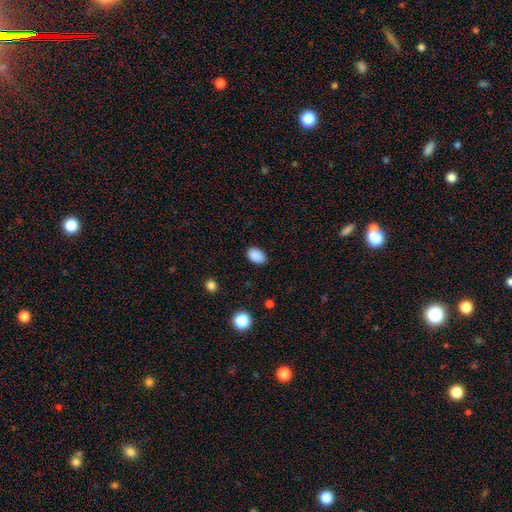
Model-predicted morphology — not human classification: This appears to be a smooth galaxy with no disk features (88%) that is in between round and cigar-shaped (87%). Merging: none (85%).